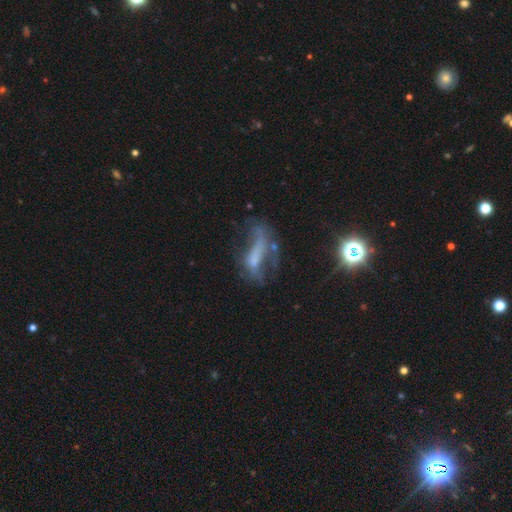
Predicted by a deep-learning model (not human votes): The model was most divided on "merging": major disturbance: 43%, none: 29%, minor disturbance: 19%, merger: 9%. More confident: edge-on disk — no (82%); smooth or featured — featured or disk (52%).